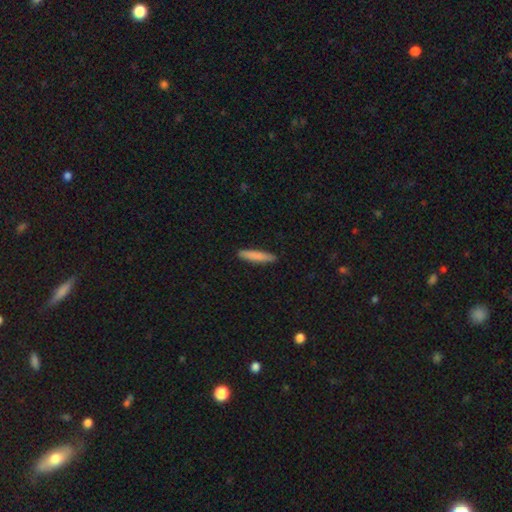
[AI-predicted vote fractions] A smooth galaxy with no disk features (83%) that is cigar-shaped (91%). Merging: none (90%).